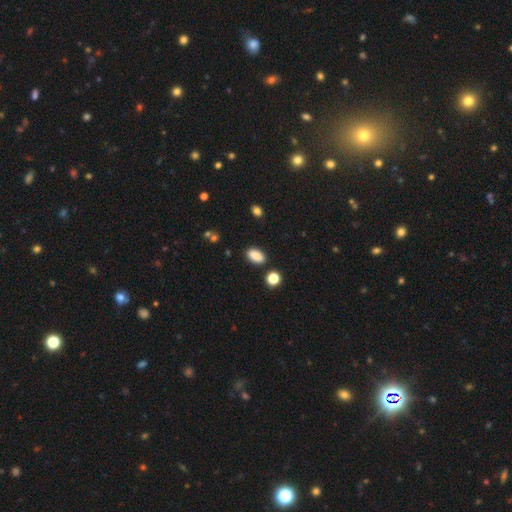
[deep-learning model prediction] Smooth or featured? smooth (87%)
How rounded? in between (91%)
Merging? none (85%)